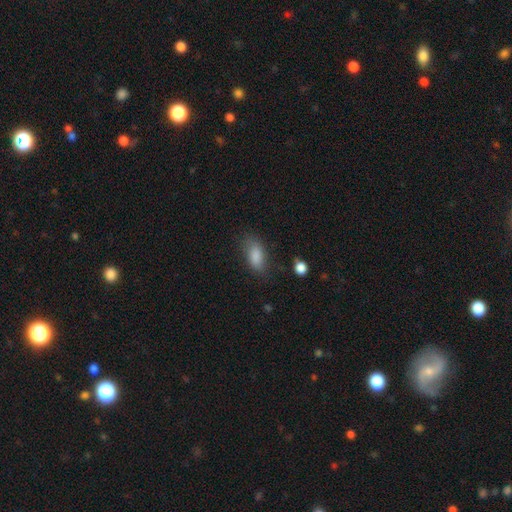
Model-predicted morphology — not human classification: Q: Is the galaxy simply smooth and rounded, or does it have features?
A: smooth — 83%.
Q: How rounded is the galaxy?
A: in between — 86%.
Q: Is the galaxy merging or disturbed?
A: none — 71%.